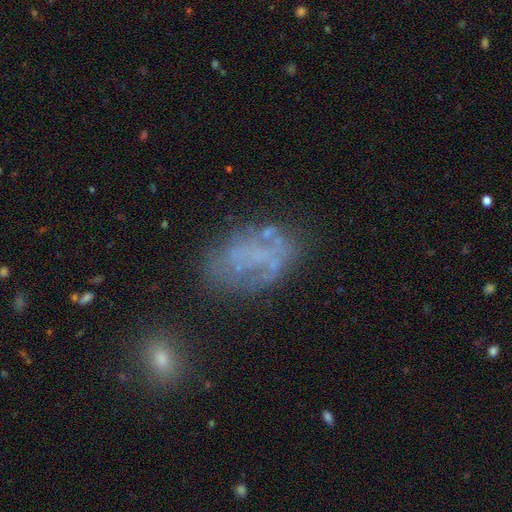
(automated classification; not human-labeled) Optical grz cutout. It shows a featured or disk galaxy (52%) with no bar (85%), no spiral arms (73%) and no central bulge (79%). Merging: none (54%).